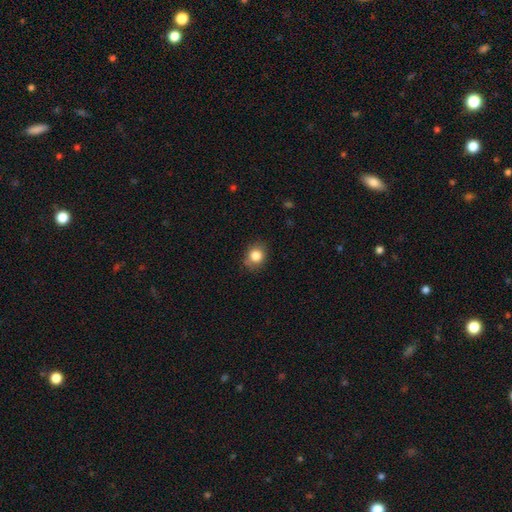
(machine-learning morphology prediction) The model was most divided on "how rounded": round: 69%, in between: 30%, cigar-shaped: 1%. More confident: smooth or featured — smooth (83%); merging — none (79%).